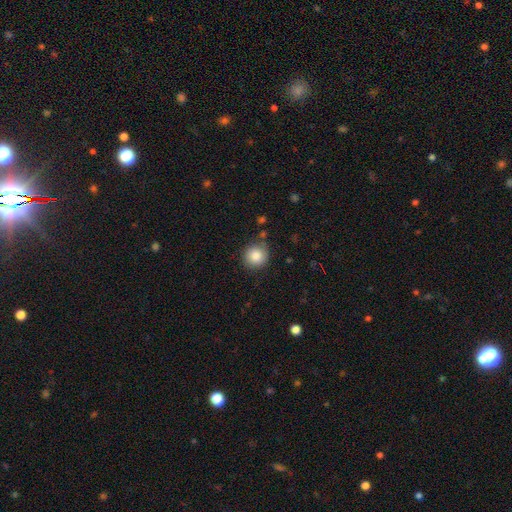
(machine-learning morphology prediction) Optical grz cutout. It shows a smooth galaxy with no disk features (85%) that is round (92%). Merging: none (81%).